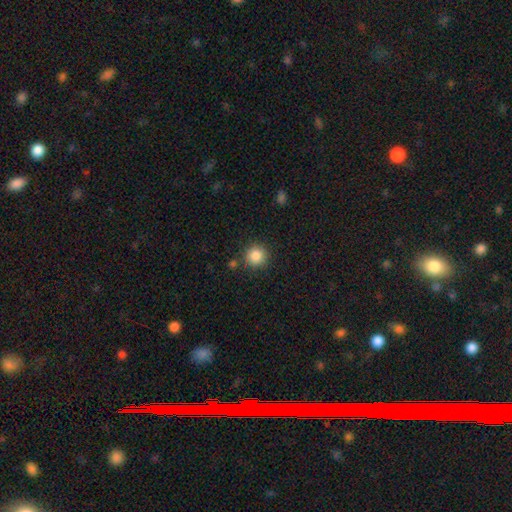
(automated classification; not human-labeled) This appears to be a smooth galaxy with no disk features (86%) that is round (93%). Merging: none (85%).